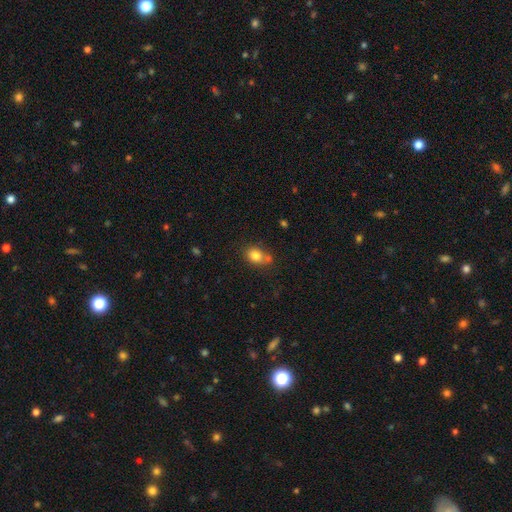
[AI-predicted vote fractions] This appears to be a smooth galaxy with no disk features (81%) that is in between round and cigar-shaped (51%). Merging: none (58%).